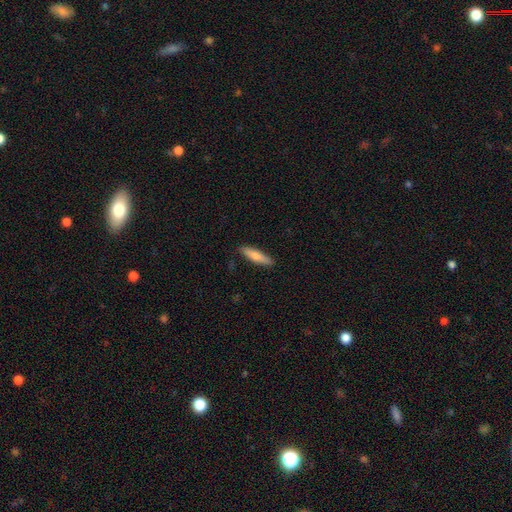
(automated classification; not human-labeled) The model was most divided on "how rounded": cigar-shaped: 76%, in between: 22%, round: 1%. More confident: merging — none (87%); smooth or featured — smooth (76%).